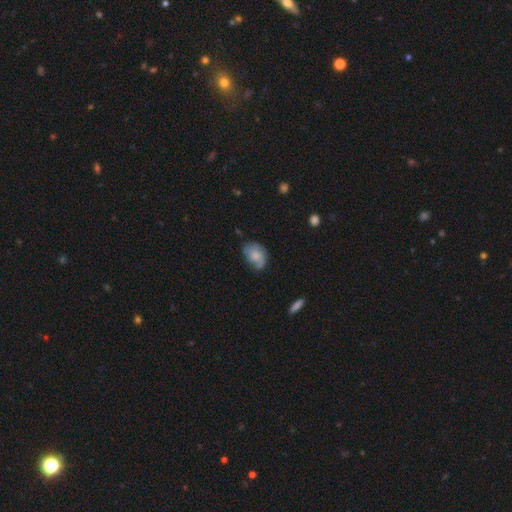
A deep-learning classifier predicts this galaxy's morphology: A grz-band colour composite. It shows a smooth galaxy with no disk features (58%) that is in between round and cigar-shaped (79%). Merging: none (54%).